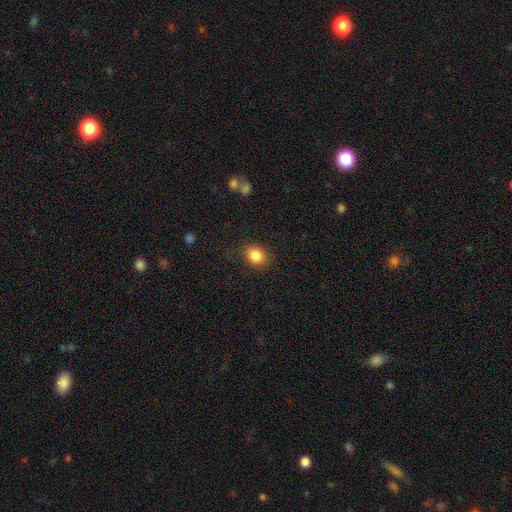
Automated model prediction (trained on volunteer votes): A smooth galaxy with no disk features (86%) that is in between round and cigar-shaped (50%). Merging: none (82%).